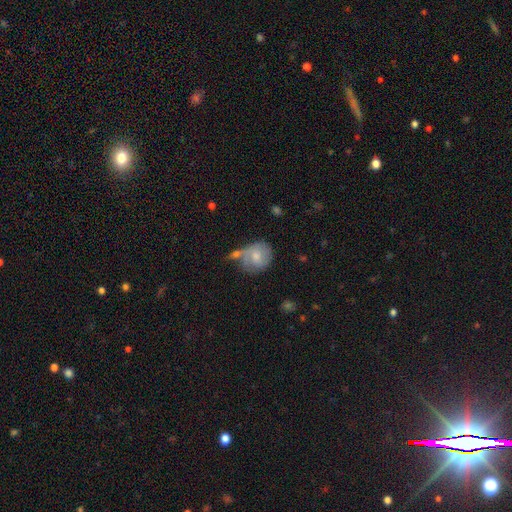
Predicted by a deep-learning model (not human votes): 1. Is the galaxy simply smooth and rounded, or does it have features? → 61% smooth, 31% featured or disk, 7% star or artifact.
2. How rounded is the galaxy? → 71% round, 28% in between, 1% cigar-shaped.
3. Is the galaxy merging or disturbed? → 43% none, 23% minor disturbance, 21% merger, 13% major disturbance.